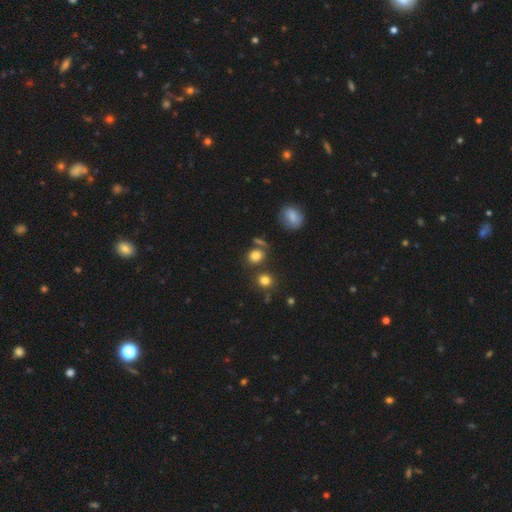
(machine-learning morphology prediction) A smooth galaxy with no disk features (80%) that is round (65%). Merging: none (69%).